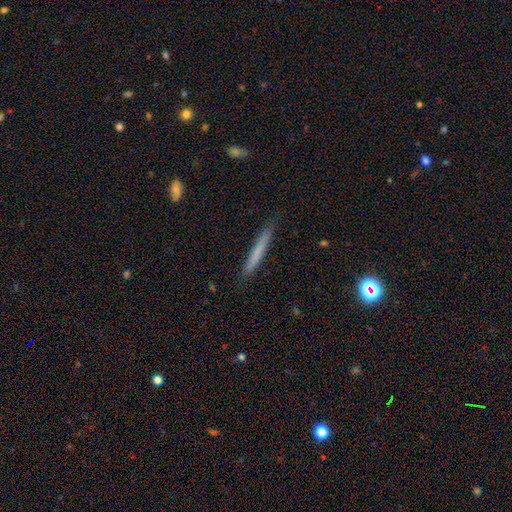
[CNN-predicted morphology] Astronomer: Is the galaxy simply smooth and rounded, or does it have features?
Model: smooth — 67%.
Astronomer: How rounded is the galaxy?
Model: cigar-shaped — 96%.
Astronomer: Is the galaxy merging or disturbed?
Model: none — 89%.